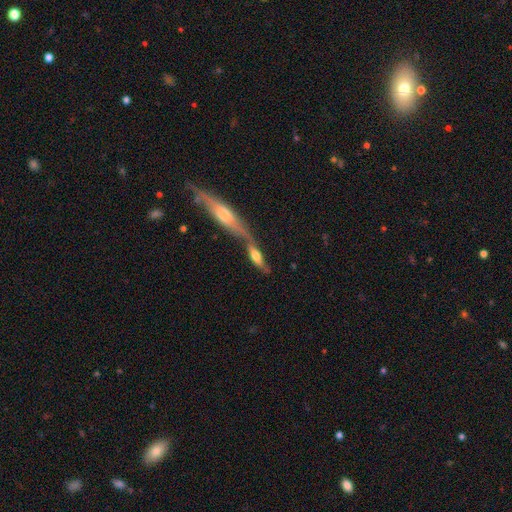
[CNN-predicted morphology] Smooth or featured: smooth — 52% (featured or disk — 41%)
How rounded: cigar-shaped — 49% (in between — 47%)
Merging: merger — 57% (none — 28%)